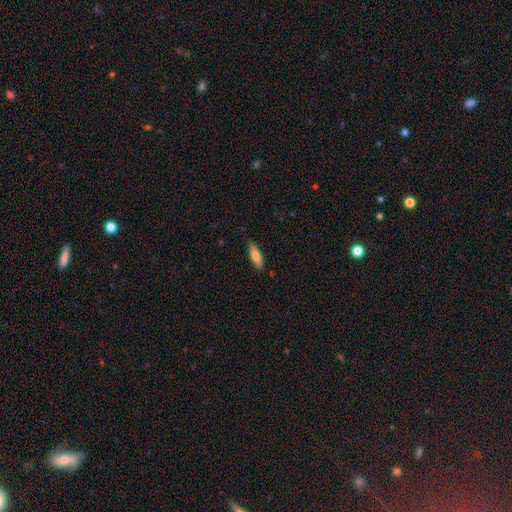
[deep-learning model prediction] A smooth galaxy with no disk features (75%) that is cigar-shaped (56%). Merging: none (86%).